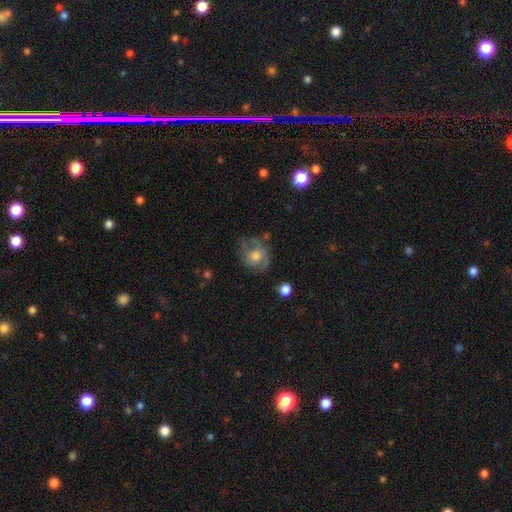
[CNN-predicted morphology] A smooth galaxy with no disk features (46%).

Vote fractions:
- Smooth or featured? smooth: 46% / featured or disk: 45% / star or artifact: 9%
- Merging? none: 52% / minor disturbance: 24% / major disturbance: 21% / merger: 3%